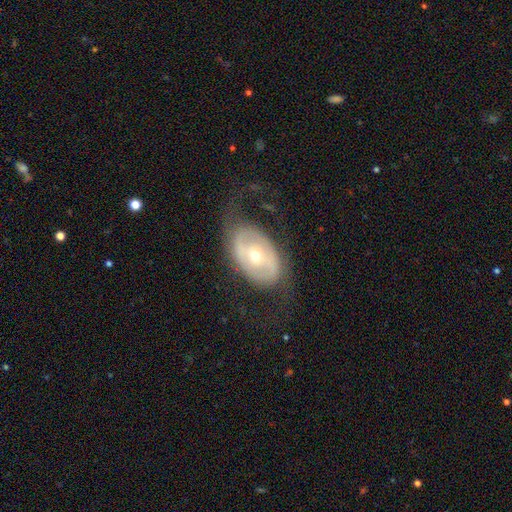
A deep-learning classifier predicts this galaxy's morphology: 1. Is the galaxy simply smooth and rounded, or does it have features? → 67% featured or disk, 26% smooth, 7% star or artifact.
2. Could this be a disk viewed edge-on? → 92% no, 8% yes.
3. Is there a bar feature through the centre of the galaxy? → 57% no, 25% weak, 19% strong.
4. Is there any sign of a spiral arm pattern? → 55% no, 45% yes.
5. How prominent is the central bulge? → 53% moderate, 42% small, 2% large, 1% dominant, 1% none.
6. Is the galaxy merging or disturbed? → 62% none, 18% major disturbance, 18% minor disturbance, 1% merger.